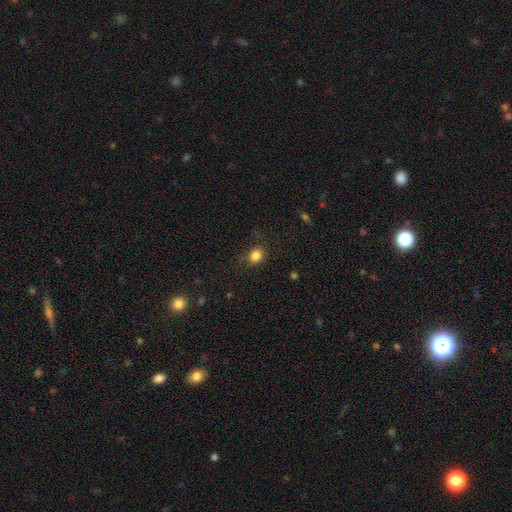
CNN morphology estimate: Smooth or featured? smooth (83%)
How rounded? round (71%)
Merging? none (79%)